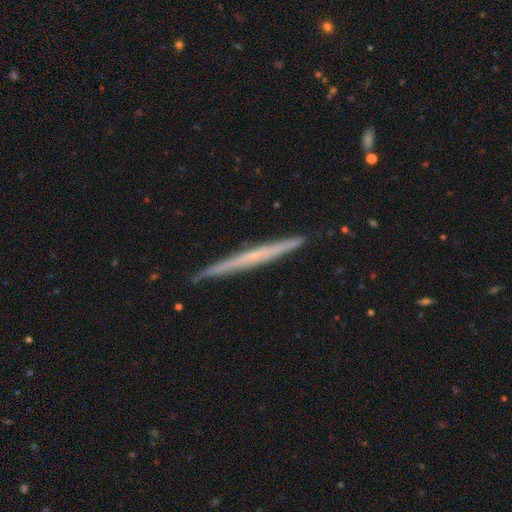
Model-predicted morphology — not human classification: Overall: featured or disk (59%; smooth 35%). Edge-on disk: yes (97%). Edge-on bulge: none (81%). Merging: none (90%).